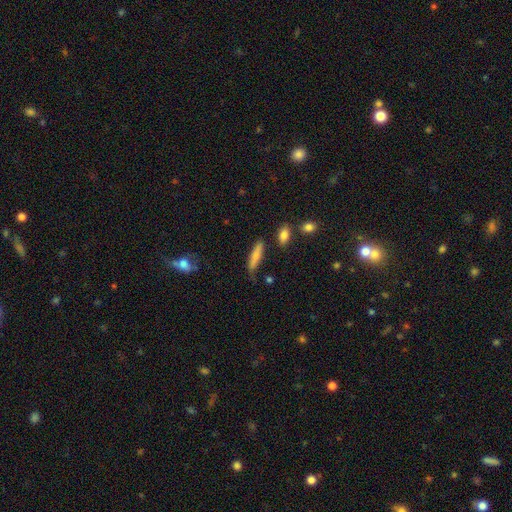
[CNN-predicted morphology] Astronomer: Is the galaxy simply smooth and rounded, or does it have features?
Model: smooth — 74%.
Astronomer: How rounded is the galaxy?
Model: cigar-shaped — 77%.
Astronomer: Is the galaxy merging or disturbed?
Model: none — 74%.